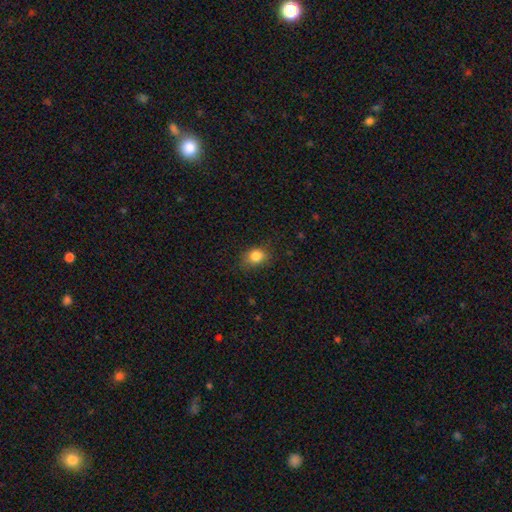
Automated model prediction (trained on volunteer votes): Smooth or featured?
  - smooth: 84% *
  - star or artifact: 11%
  - featured or disk: 6%
How rounded?
  - round: 51% *
  - in between: 47%
  - cigar-shaped: 1%
Merging?
  - none: 77% *
  - minor disturbance: 17%
  - major disturbance: 4%
  - merger: 1%